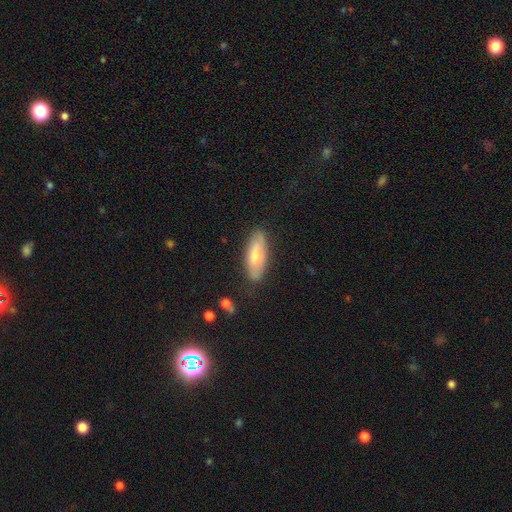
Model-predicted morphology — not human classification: This is likely a smooth galaxy (66%). How rounded: likely in between (67%). Merging: clearly none (82%).